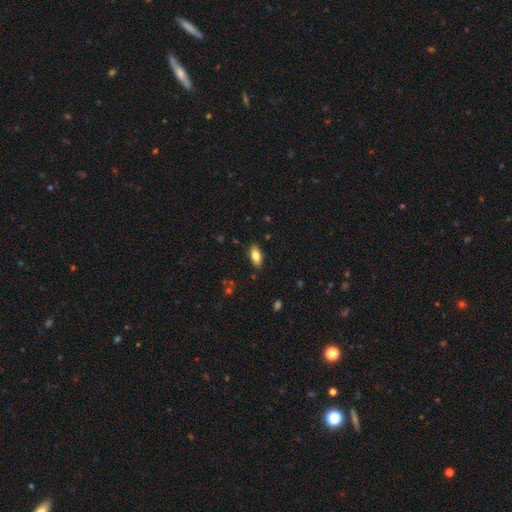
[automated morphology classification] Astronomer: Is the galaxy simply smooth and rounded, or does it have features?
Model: smooth — 82%.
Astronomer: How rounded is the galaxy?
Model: in between — 90%.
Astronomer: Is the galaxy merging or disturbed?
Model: none — 87%.